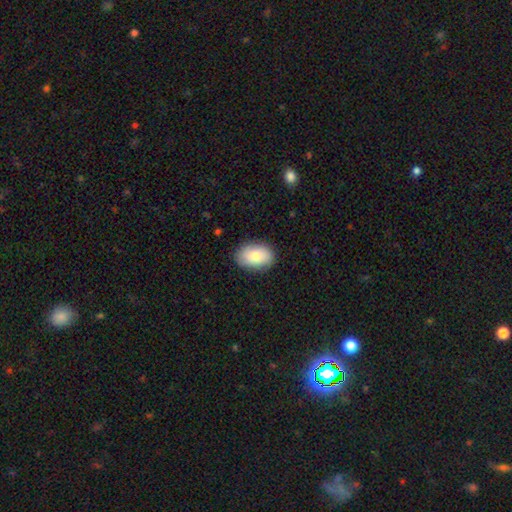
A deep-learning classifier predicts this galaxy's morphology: Overall: smooth (79%). How rounded: in between (86%). Merging: none (87%).